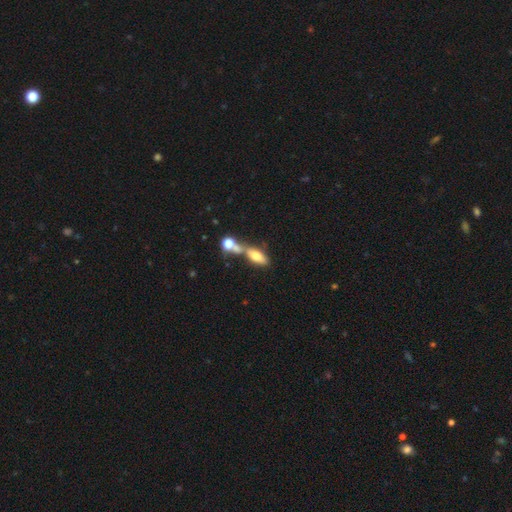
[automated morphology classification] smooth_or_featured: smooth (p=0.71) [alt: featured or disk p=0.20]
how_rounded: in between (p=0.77) [alt: cigar-shaped p=0.17]
merging: merger (p=0.46) [alt: none p=0.35]